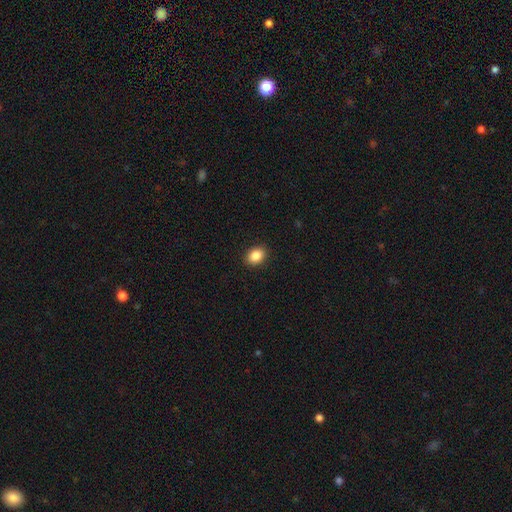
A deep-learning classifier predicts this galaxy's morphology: smooth_or_featured: smooth (p=0.87) [alt: star or artifact p=0.09]
how_rounded: in between (p=0.70) [alt: round p=0.28]
merging: none (p=0.91) [alt: minor disturbance p=0.07]